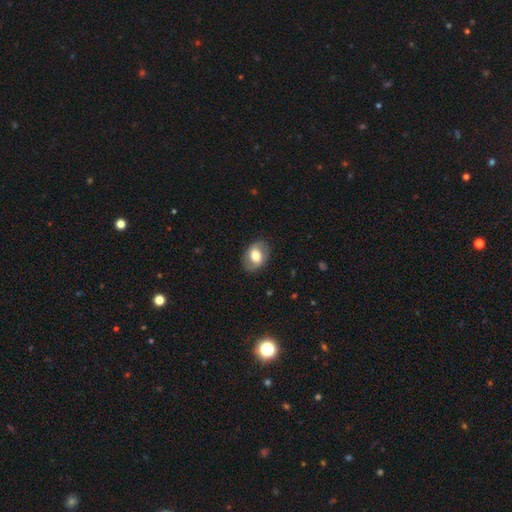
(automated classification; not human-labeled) Morphology: type=smooth (52%); roundness=in between (72%); merging=none (83%).